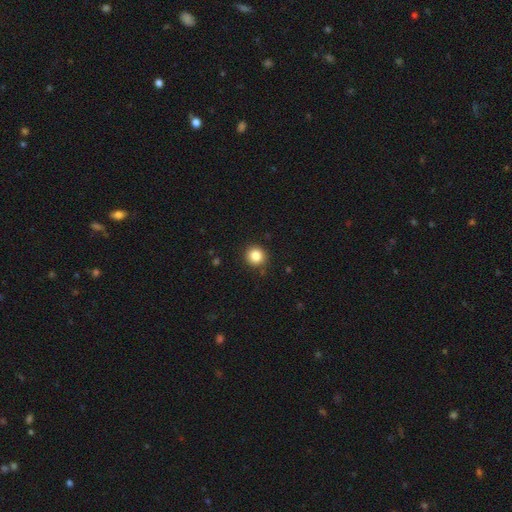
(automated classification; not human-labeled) Overall: smooth (85%). How rounded: round (92%). Merging: none (89%).